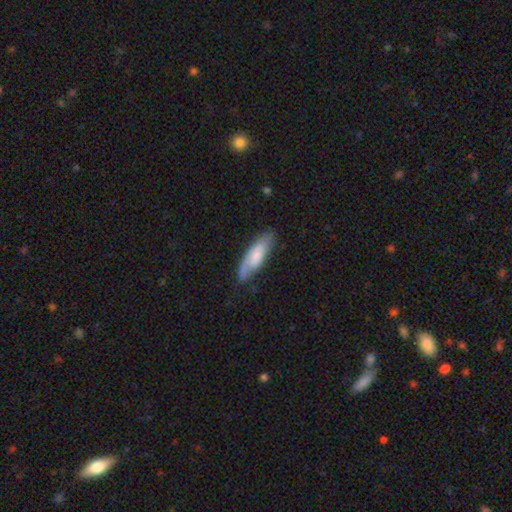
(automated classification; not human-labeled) This is possibly a smooth galaxy (51%). How rounded: possibly in between (55%). Merging: likely none (71%).